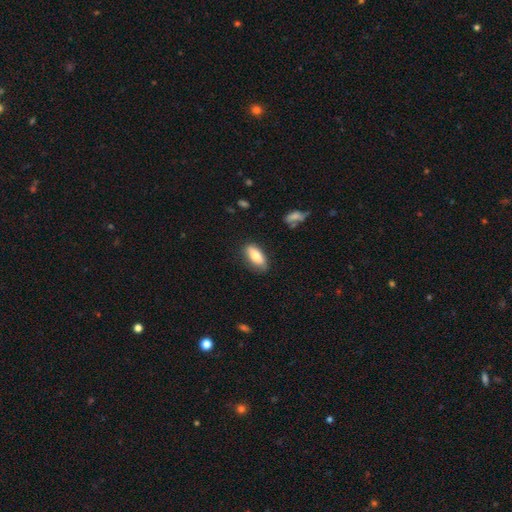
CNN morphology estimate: This is likely a smooth galaxy (78%). How rounded: likely in between (79%). Merging: clearly none (81%).